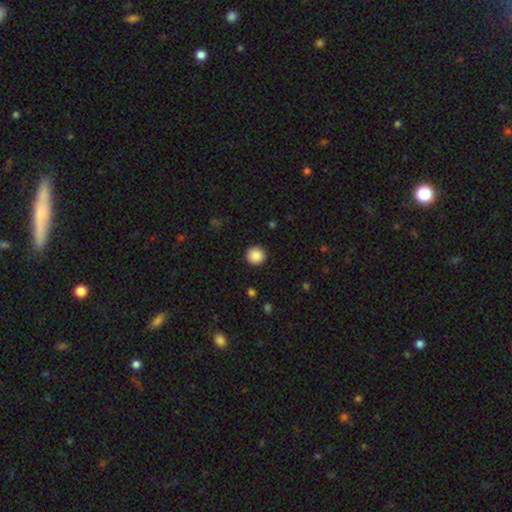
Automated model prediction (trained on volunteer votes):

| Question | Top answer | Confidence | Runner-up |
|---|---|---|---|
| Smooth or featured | smooth | 88% | star or artifact (9%) |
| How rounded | round | 94% | in between (5%) |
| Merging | none | 91% | minor disturbance (6%) |